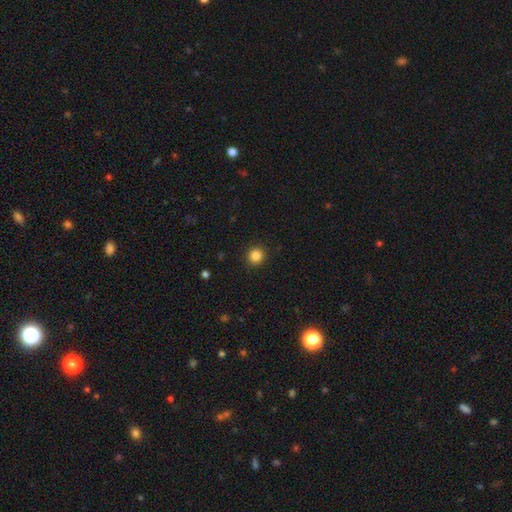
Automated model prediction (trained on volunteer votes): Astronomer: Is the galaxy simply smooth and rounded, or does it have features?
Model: smooth — 85%.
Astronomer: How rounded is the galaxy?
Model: round — 94%.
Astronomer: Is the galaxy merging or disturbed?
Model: none — 93%.